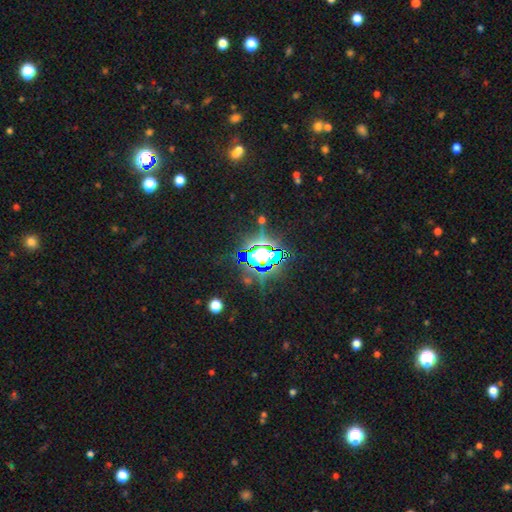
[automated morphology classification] type=star or artifact (73%).